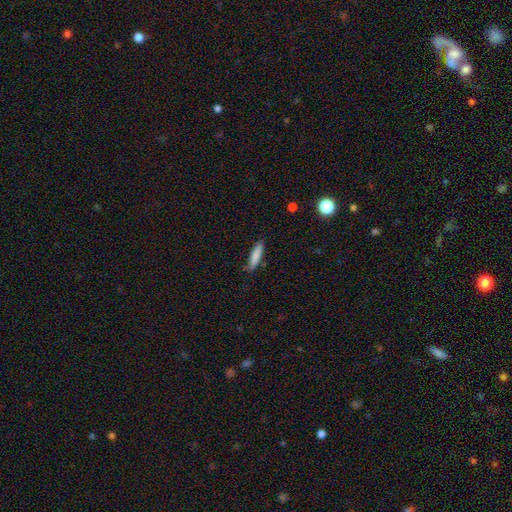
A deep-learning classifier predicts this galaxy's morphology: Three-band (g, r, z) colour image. It shows a smooth galaxy with no disk features (84%) that is cigar-shaped (79%). Merging: none (82%).